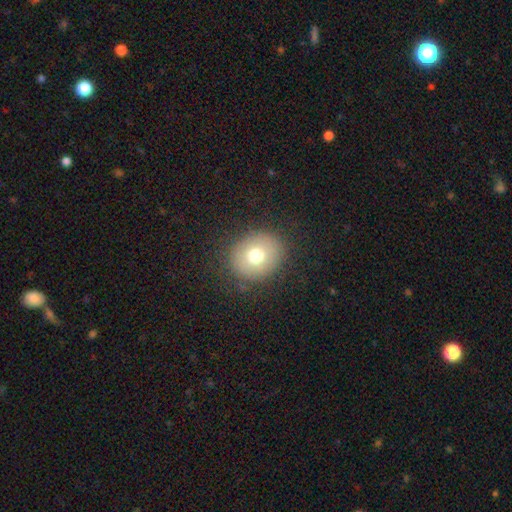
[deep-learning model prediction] smooth-or-featured: smooth: 71% | featured or disk: 17% | star or artifact: 12%
  how-rounded: round: 70% | in between: 29% | cigar-shaped: 1%
  merging: none: 84% | minor disturbance: 10% | major disturbance: 5% | merger: 1%